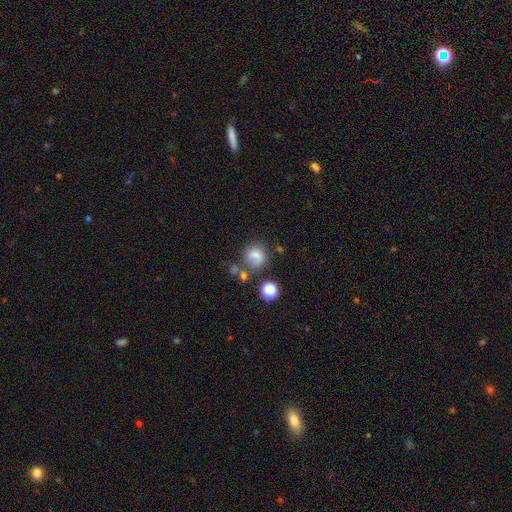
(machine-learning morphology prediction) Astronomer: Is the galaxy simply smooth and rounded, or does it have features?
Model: smooth — 70%.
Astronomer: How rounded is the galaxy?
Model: round — 74%.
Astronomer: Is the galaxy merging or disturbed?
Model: none — 50%.